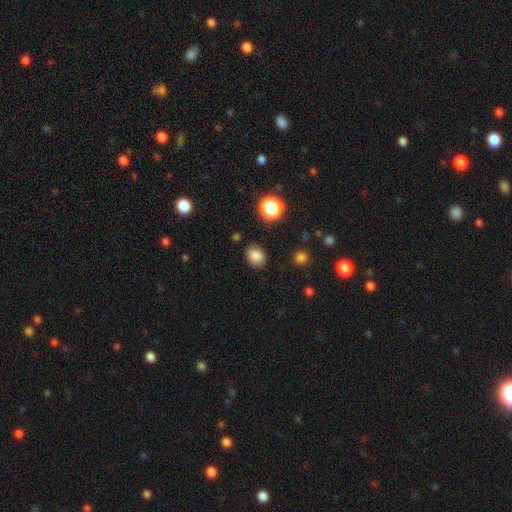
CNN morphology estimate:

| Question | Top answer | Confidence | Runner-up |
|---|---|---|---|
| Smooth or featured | smooth | 83% | star or artifact (13%) |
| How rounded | in between | 53% | round (46%) |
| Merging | none | 85% | minor disturbance (10%) |